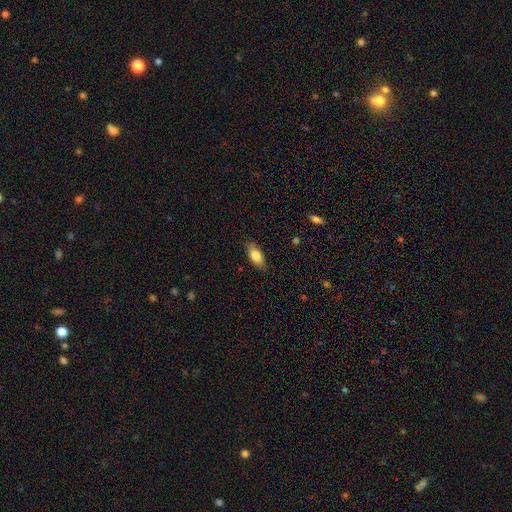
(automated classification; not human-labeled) A smooth galaxy with no disk features (80%) that is in between round and cigar-shaped (84%).

Vote fractions:
- Smooth or featured? smooth: 80% / featured or disk: 14% / star or artifact: 7%
- How rounded? in between: 84% / cigar-shaped: 13% / round: 3%
- Merging? none: 84% / minor disturbance: 12% / major disturbance: 3% / merger: 1%